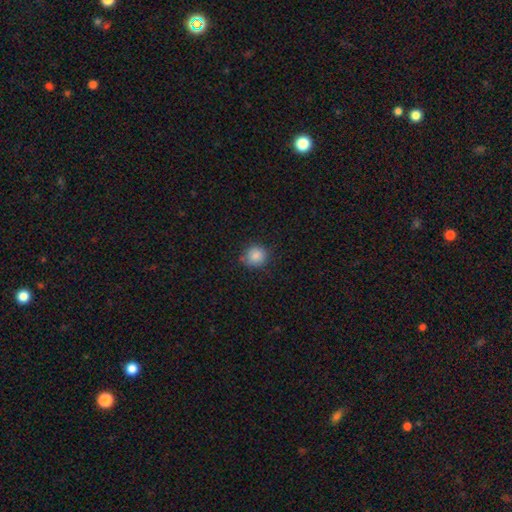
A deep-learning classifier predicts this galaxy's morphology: A smooth galaxy with no disk features (87%) that is round (88%).

Vote fractions:
- Smooth or featured? smooth: 87% / star or artifact: 9% / featured or disk: 4%
- How rounded? round: 88% / in between: 11% / cigar-shaped: 1%
- Merging? none: 81% / minor disturbance: 14% / major disturbance: 3% / merger: 1%